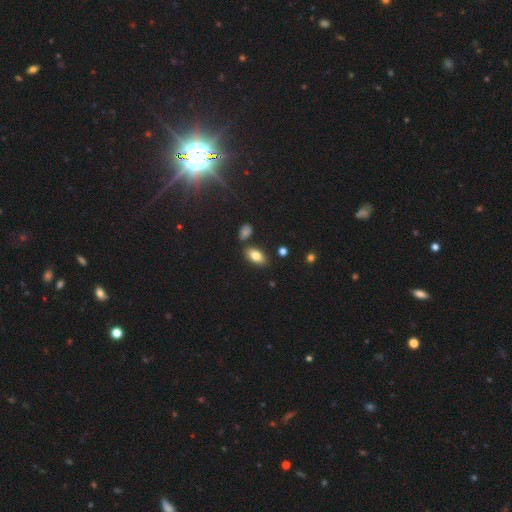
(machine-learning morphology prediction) Smooth or featured?
  - smooth: 79% *
  - featured or disk: 13%
  - star or artifact: 8%
How rounded?
  - in between: 90% *
  - cigar-shaped: 6%
  - round: 4%
Merging?
  - none: 79% *
  - minor disturbance: 11%
  - merger: 7%
  - major disturbance: 3%